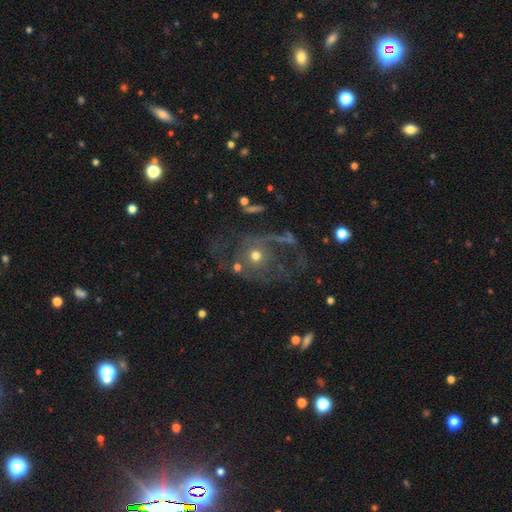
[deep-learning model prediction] Smooth or featured? featured or disk (65%)
Edge-on disk? no (96%)
Bar? no (84%)
Spiral arms? yes (61%)
Bulge size? moderate (50%)
Merging? none (42%)